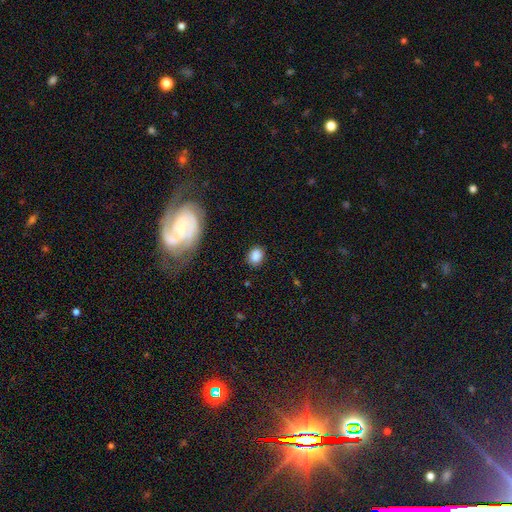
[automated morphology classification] smooth 83%, star or artifact 10%, featured or disk 7%. Down the decision tree: how rounded — round (54%); merging — none (83%).